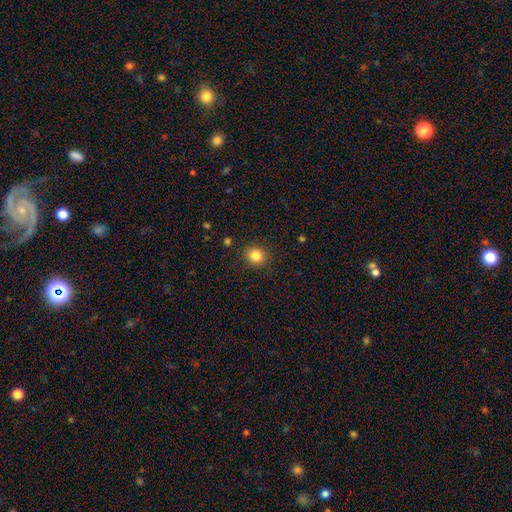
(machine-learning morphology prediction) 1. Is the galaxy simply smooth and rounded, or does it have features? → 84% smooth, 11% star or artifact, 5% featured or disk.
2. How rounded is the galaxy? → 84% round, 15% in between, 1% cigar-shaped.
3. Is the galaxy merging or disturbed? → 89% none, 7% minor disturbance, 2% major disturbance, 1% merger.